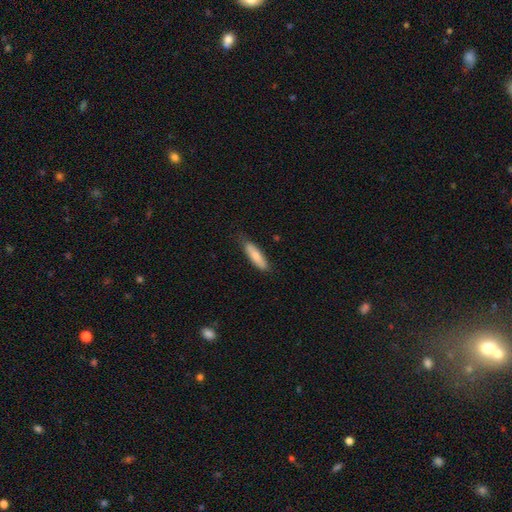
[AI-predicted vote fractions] A smooth galaxy with no disk features (79%) that is cigar-shaped (64%). Merging: none (79%).